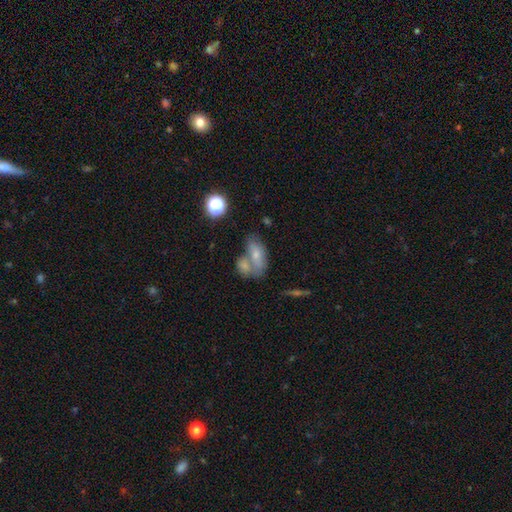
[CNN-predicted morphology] This is likely a smooth galaxy (63%). How rounded: clearly in between (83%). Merging: possibly merger (53%).